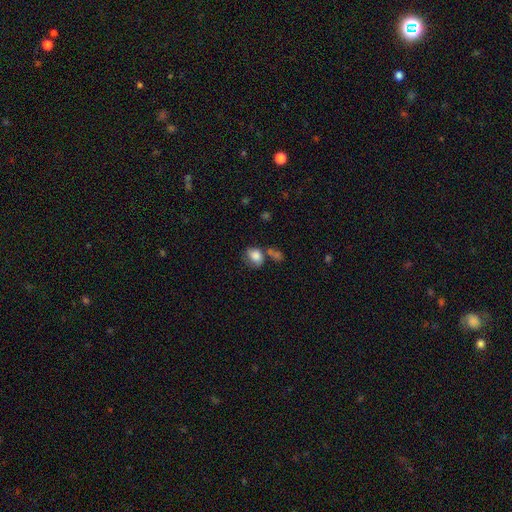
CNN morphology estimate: smooth 78%, featured or disk 13%, star or artifact 9%. Down the decision tree: how rounded — in between (55%); merging — none (41%).